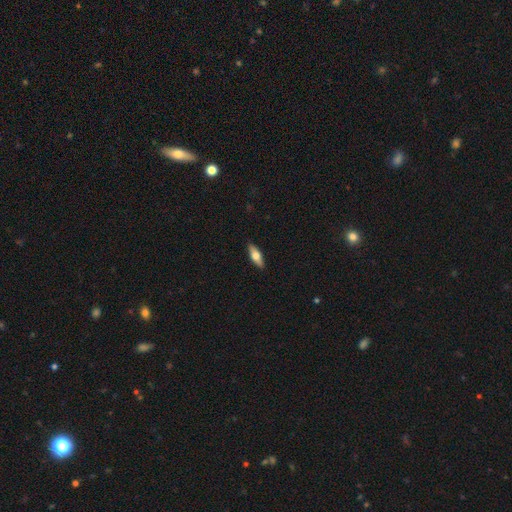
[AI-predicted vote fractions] smooth-or-featured: smooth: 59% | featured or disk: 36% | star or artifact: 6%
  how-rounded: in between: 62% | cigar-shaped: 35% | round: 3%
  merging: none: 89% | minor disturbance: 8% | major disturbance: 2% | merger: 1%